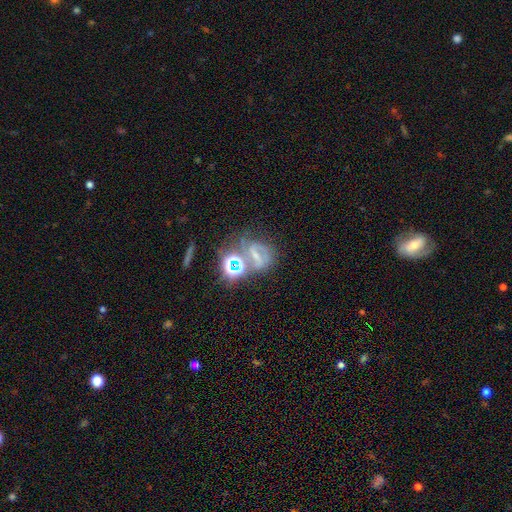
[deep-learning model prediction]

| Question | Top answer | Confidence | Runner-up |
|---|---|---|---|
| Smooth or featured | featured or disk | 53% | star or artifact (27%) |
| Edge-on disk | no | 96% | yes (4%) |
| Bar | strong | 57% | weak (29%) |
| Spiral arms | yes | 80% | no (20%) |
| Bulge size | small | 47% | moderate (30%) |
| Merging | none | 52% | merger (19%) |